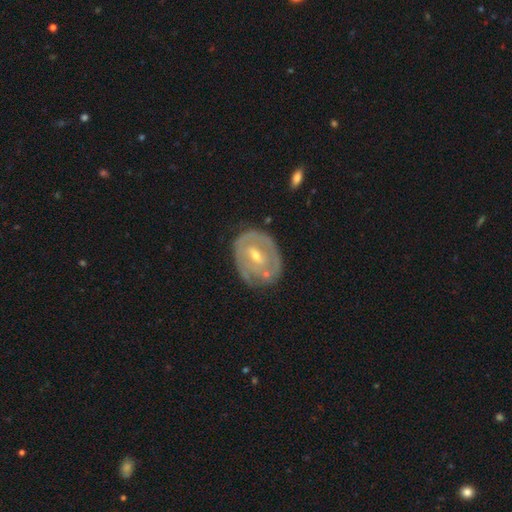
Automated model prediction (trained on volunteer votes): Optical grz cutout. It shows a featured or disk galaxy (73%) with a weak bar (45%), spiral arms (56%) and a moderate central bulge (48%, tied with small). Merging: none (63%).